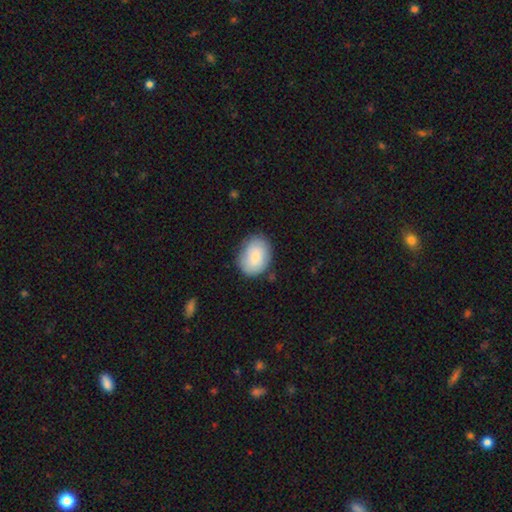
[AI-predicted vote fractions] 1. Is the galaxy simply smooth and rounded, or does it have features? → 77% smooth, 17% featured or disk, 6% star or artifact.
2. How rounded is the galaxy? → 71% in between, 28% round, 1% cigar-shaped.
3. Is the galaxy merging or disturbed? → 79% none, 16% minor disturbance, 4% major disturbance, 2% merger.